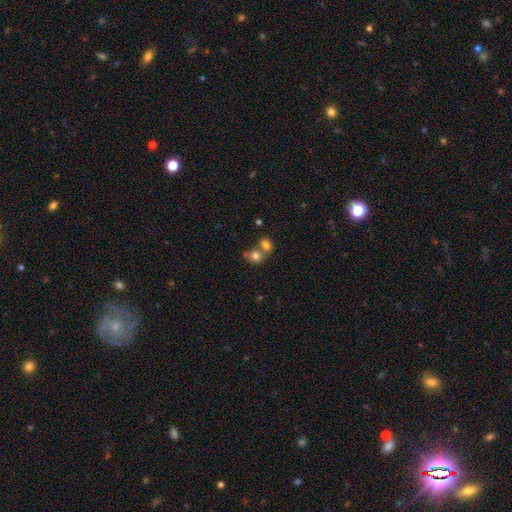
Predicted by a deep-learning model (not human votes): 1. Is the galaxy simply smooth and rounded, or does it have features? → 78% smooth, 11% star or artifact, 11% featured or disk.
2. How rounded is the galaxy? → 62% round, 37% in between, 1% cigar-shaped.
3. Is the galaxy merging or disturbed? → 53% merger, 35% none, 8% minor disturbance, 4% major disturbance.